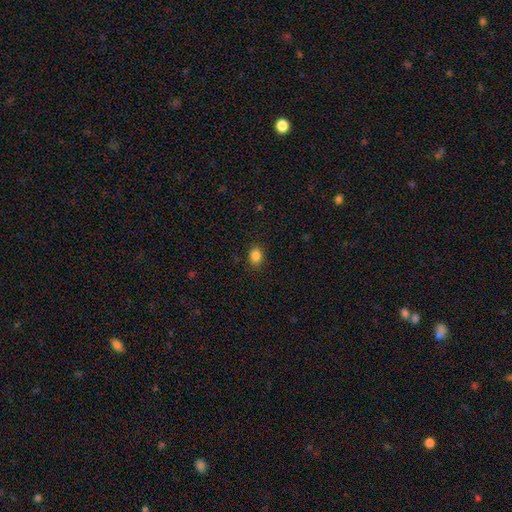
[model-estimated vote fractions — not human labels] Q: Smooth or featured?
A: smooth (85%); runner-up: star or artifact (11%)
Q: How rounded?
A: in between (58%); runner-up: round (41%)
Q: Merging?
A: none (89%); runner-up: minor disturbance (8%)